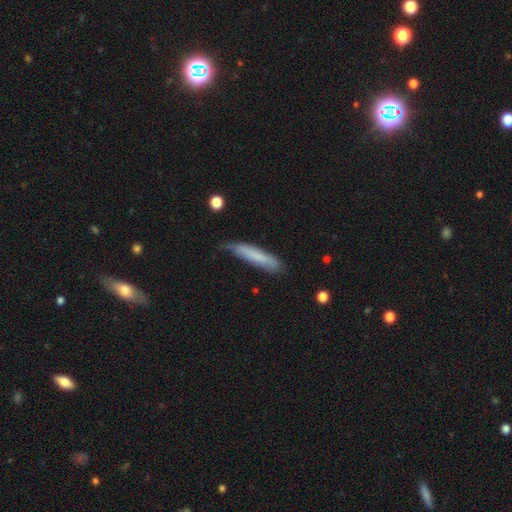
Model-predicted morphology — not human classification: Smooth or featured: smooth — 73% (featured or disk — 20%)
How rounded: cigar-shaped — 86% (in between — 12%)
Merging: none — 61% (minor disturbance — 30%)